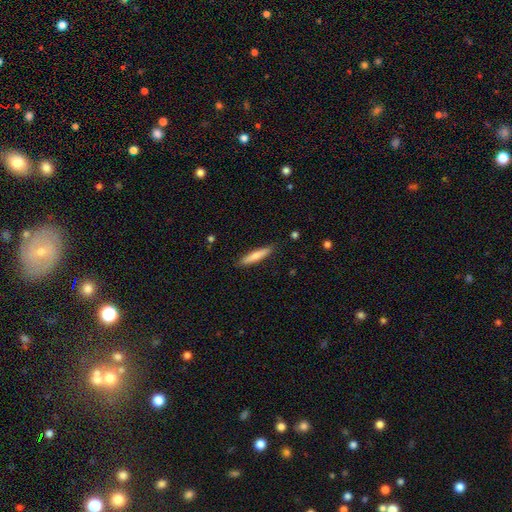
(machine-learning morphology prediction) Smooth or featured? smooth (70%)
How rounded? cigar-shaped (89%)
Merging? none (89%)